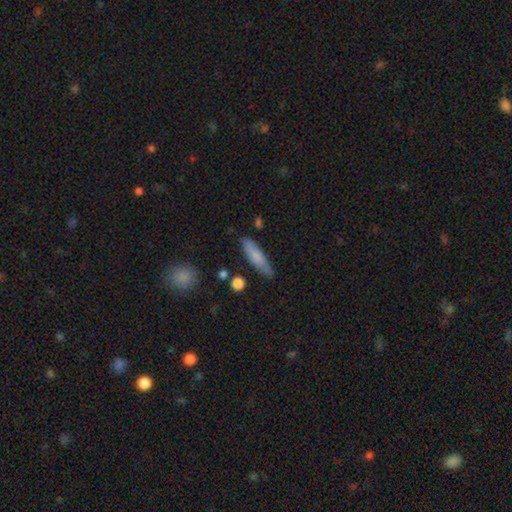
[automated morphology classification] A smooth galaxy with no disk features (77%) that is cigar-shaped (75%).

Vote fractions:
- Smooth or featured? smooth: 77% / featured or disk: 17% / star or artifact: 6%
- How rounded? cigar-shaped: 75% / in between: 23% / round: 2%
- Merging? none: 80% / minor disturbance: 14% / merger: 3% / major disturbance: 3%